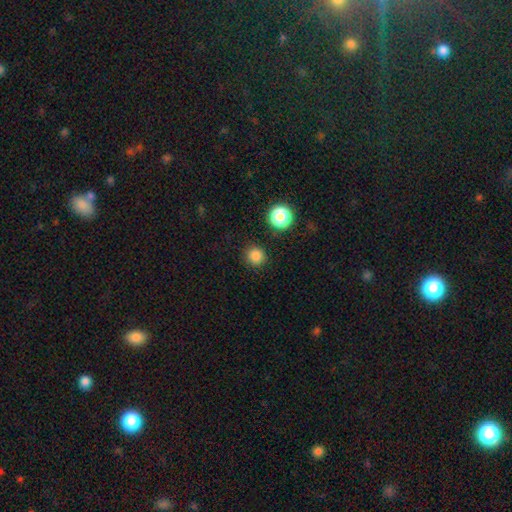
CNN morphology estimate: smooth-or-featured: smooth: 82% | star or artifact: 14% | featured or disk: 3%
  how-rounded: round: 94% | in between: 5% | cigar-shaped: 1%
  merging: none: 89% | minor disturbance: 6% | major disturbance: 3% | merger: 2%